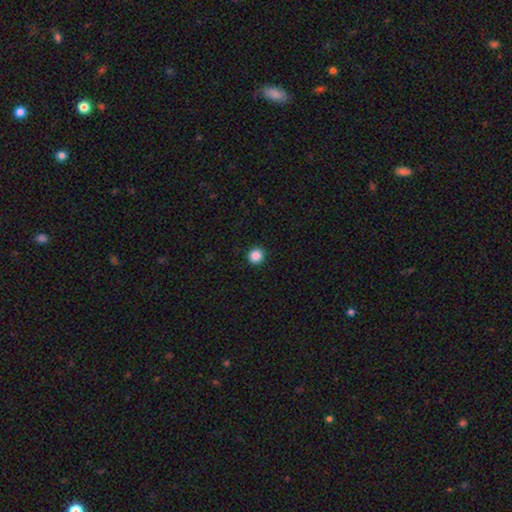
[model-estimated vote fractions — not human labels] A smooth galaxy with no disk features (87%) that is round (94%). Merging: none (93%).